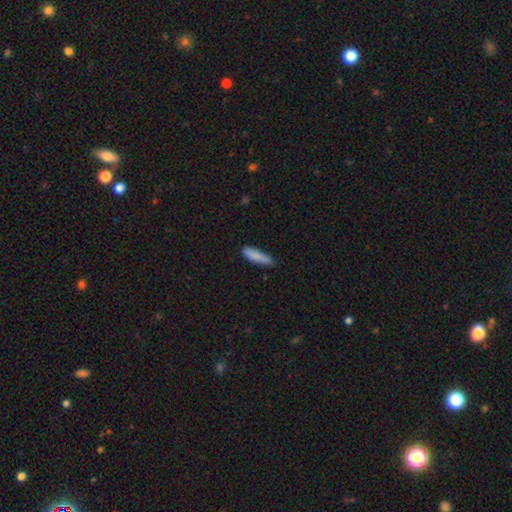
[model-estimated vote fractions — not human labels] A smooth galaxy with no disk features (85%) that is cigar-shaped (66%).

Vote fractions:
- Smooth or featured? smooth: 85% / featured or disk: 8% / star or artifact: 7%
- How rounded? cigar-shaped: 66% / in between: 32% / round: 2%
- Merging? none: 68% / minor disturbance: 26% / major disturbance: 4% / merger: 2%